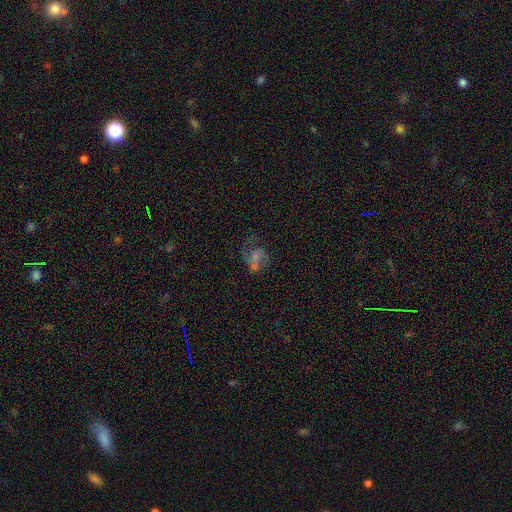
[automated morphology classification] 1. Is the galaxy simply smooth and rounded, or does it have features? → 47% featured or disk, 32% smooth, 21% star or artifact.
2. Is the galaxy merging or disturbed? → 37% none, 31% major disturbance, 18% minor disturbance, 14% merger.